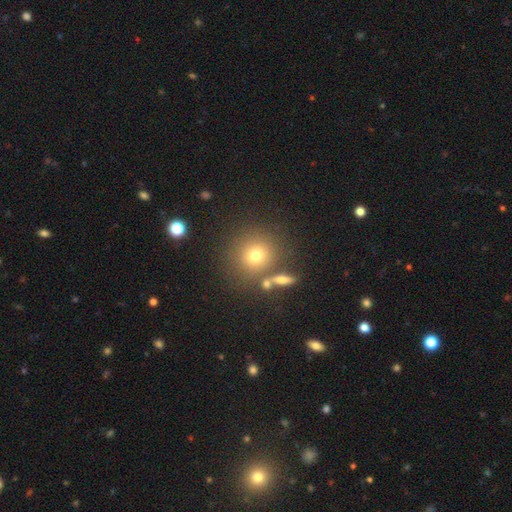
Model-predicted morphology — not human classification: Smooth or featured? Predicted: smooth (p=0.71). How rounded? Predicted: round (p=0.90). Merging? Predicted: none (p=0.75).